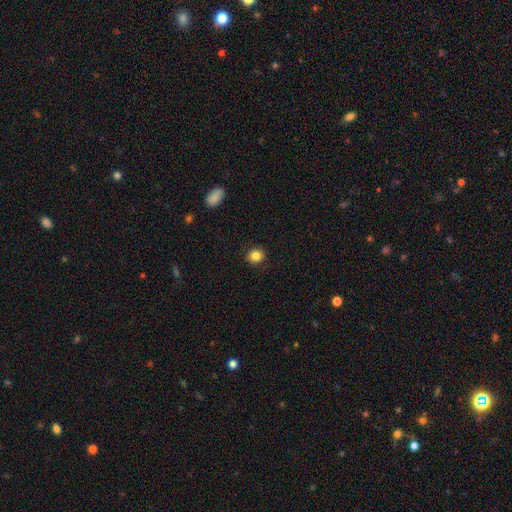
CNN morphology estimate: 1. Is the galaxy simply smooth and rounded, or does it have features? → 84% smooth, 10% star or artifact, 5% featured or disk.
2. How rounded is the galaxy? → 83% round, 16% in between, 1% cigar-shaped.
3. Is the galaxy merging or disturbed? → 90% none, 7% minor disturbance, 2% major disturbance, 1% merger.